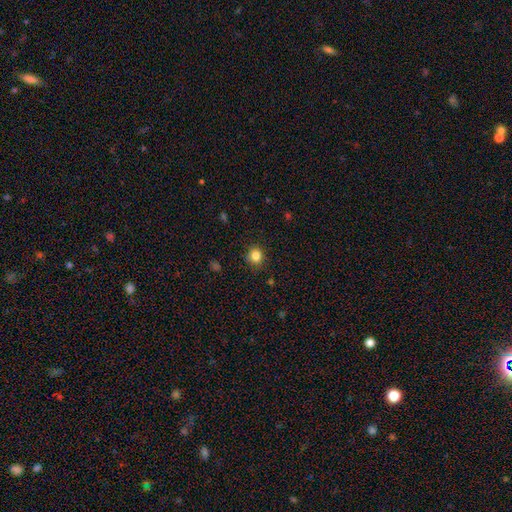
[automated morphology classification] smooth_or_featured: smooth (p=0.83) [alt: star or artifact p=0.12]
how_rounded: round (p=0.86) [alt: in between p=0.13]
merging: none (p=0.88) [alt: minor disturbance p=0.08]